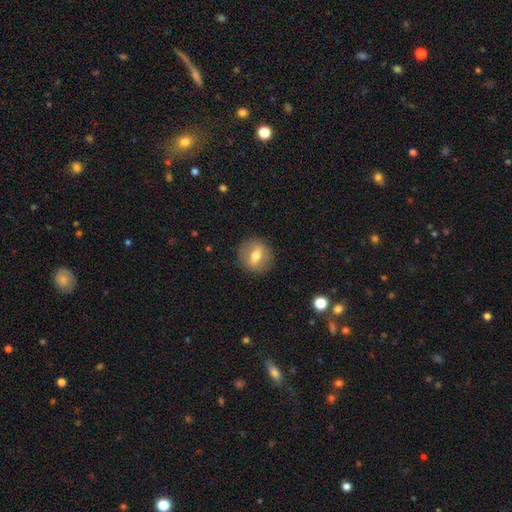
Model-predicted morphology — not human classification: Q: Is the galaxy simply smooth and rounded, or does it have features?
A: smooth — 53%.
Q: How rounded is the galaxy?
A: round — 76%.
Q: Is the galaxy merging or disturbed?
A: none — 87%.